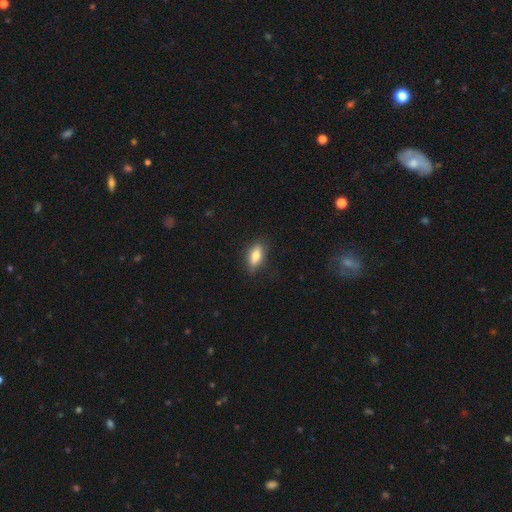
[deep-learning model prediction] Q: Smooth or featured?
A: smooth (78%); runner-up: featured or disk (14%)
Q: How rounded?
A: in between (81%); runner-up: cigar-shaped (15%)
Q: Merging?
A: none (80%); runner-up: minor disturbance (15%)